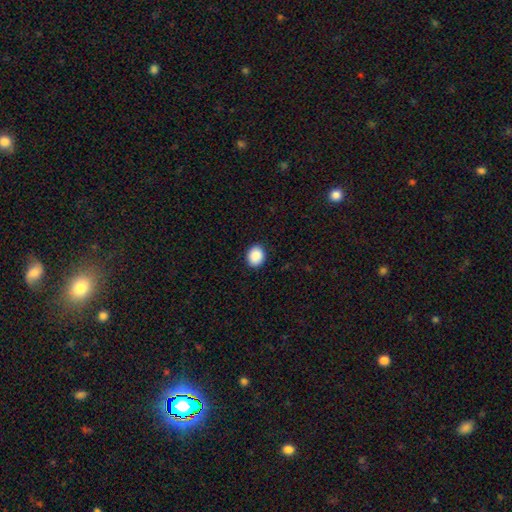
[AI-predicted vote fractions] Q: Smooth or featured?
A: smooth (90%); runner-up: star or artifact (8%)
Q: How rounded?
A: round (53%); runner-up: in between (46%)
Q: Merging?
A: none (91%); runner-up: minor disturbance (7%)